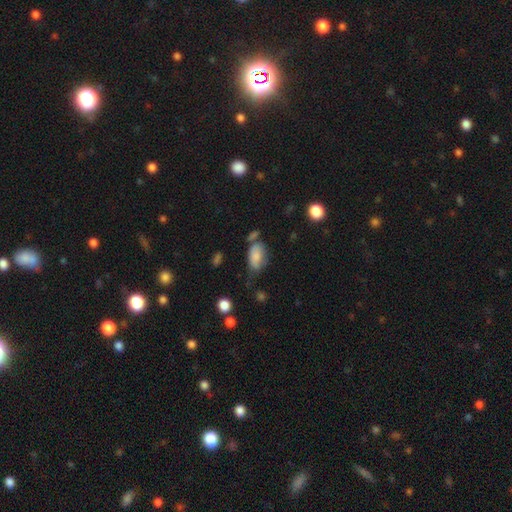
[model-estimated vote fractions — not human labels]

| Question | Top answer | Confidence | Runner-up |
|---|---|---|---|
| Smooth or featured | smooth | 81% | featured or disk (12%) |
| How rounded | in between | 91% | round (6%) |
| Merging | none | 37% | minor disturbance (33%) |